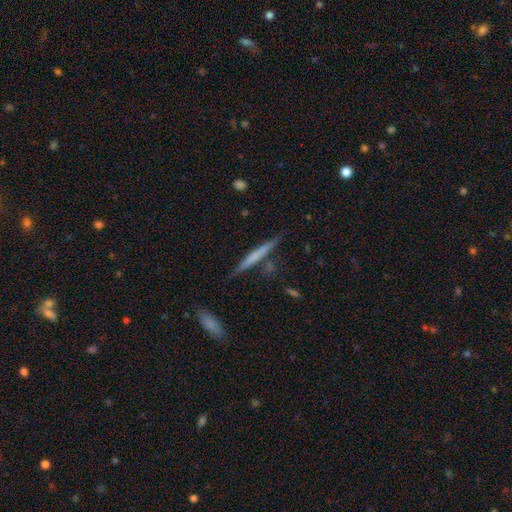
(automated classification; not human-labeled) Overall: smooth (52%; featured or disk 43%). How rounded: cigar-shaped (95%). Merging: none (82%).